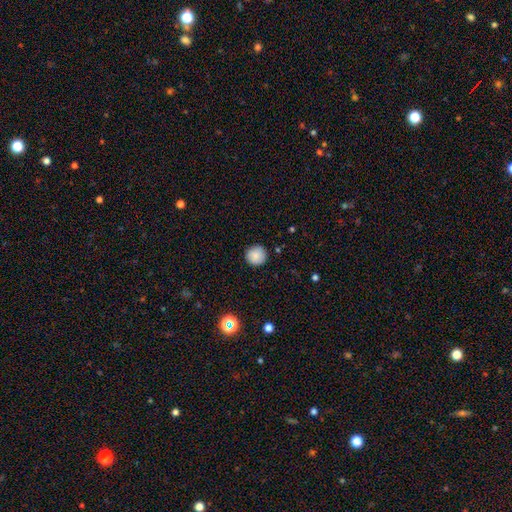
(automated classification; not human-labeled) The model was most divided on "smooth or featured": smooth: 86%, star or artifact: 9%, featured or disk: 5%. More confident: how rounded — round (95%); merging — none (90%).